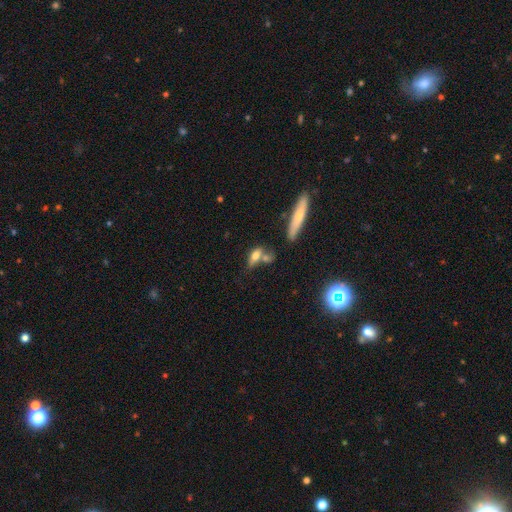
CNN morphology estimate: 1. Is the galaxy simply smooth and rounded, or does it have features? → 67% smooth, 23% featured or disk, 10% star or artifact.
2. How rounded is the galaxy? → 68% in between, 24% cigar-shaped, 8% round.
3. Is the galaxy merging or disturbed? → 39% merger (tied), 39% none (tied), 15% minor disturbance, 8% major disturbance.